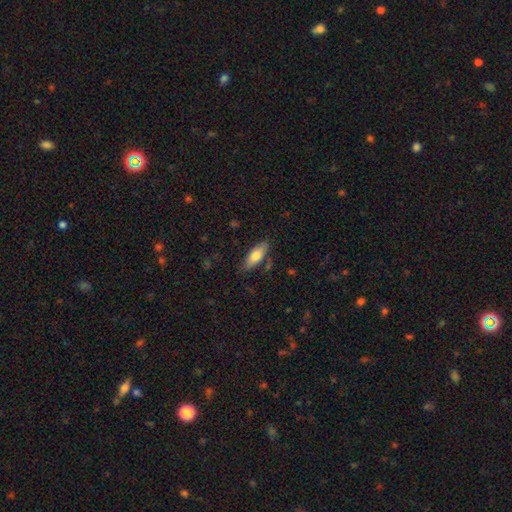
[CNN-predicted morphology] type=smooth (76%); roundness=in between (72%); merging=none (80%).